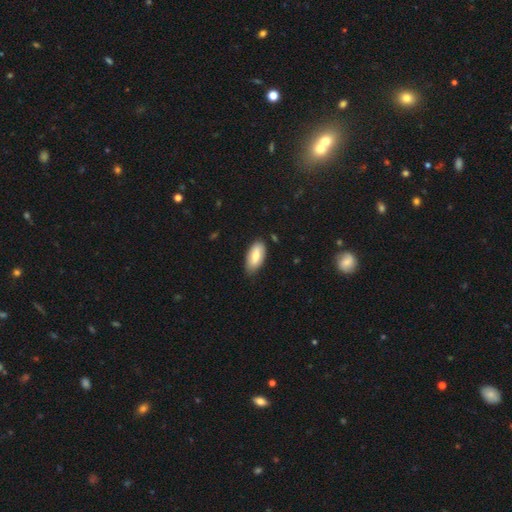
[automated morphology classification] smooth 76%, featured or disk 18%, star or artifact 6%. Down the decision tree: how rounded — in between (91%); merging — none (79%).